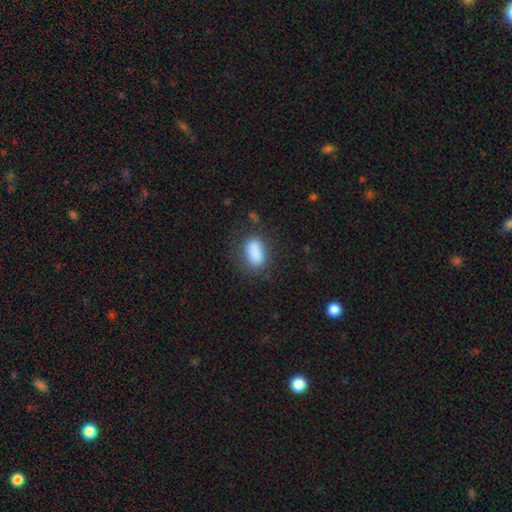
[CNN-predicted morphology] smooth-or-featured: smooth: 85% | star or artifact: 8% | featured or disk: 7%
  how-rounded: in between: 88% | round: 8% | cigar-shaped: 4%
  merging: none: 67% | minor disturbance: 20% | major disturbance: 9% | merger: 4%